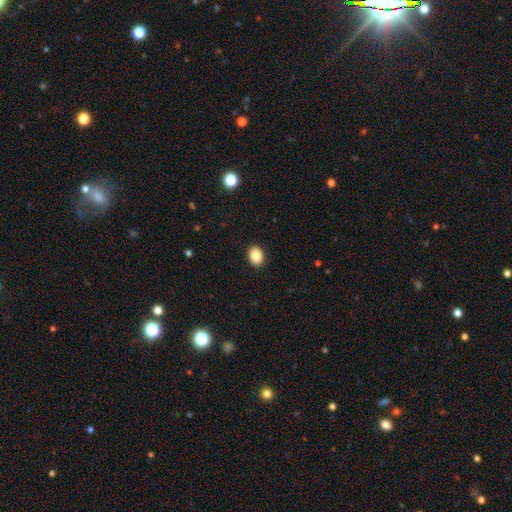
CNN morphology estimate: smooth_or_featured: smooth (p=0.87) [alt: star or artifact p=0.09]
how_rounded: in between (p=0.63) [alt: round p=0.36]
merging: none (p=0.91) [alt: minor disturbance p=0.07]